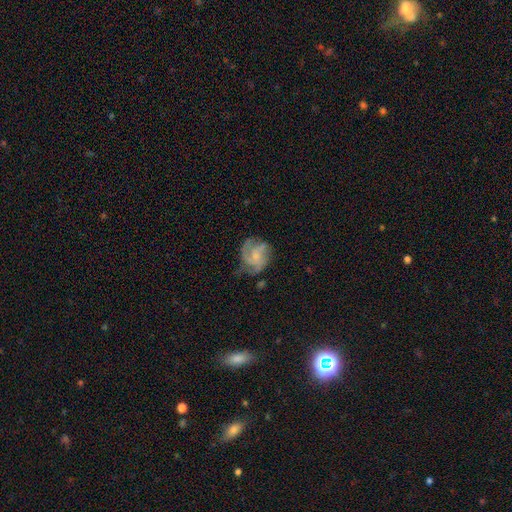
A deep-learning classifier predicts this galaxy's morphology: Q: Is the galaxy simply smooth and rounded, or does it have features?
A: featured or disk — 71%.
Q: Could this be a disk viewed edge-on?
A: no — 98%.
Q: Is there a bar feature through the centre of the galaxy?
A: no — 69%.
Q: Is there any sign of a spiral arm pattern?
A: yes — 89%.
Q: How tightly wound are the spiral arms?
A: medium — 48%.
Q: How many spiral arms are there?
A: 3 — 41%.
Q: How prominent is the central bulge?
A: small — 65%.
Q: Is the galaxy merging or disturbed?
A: none — 54%.